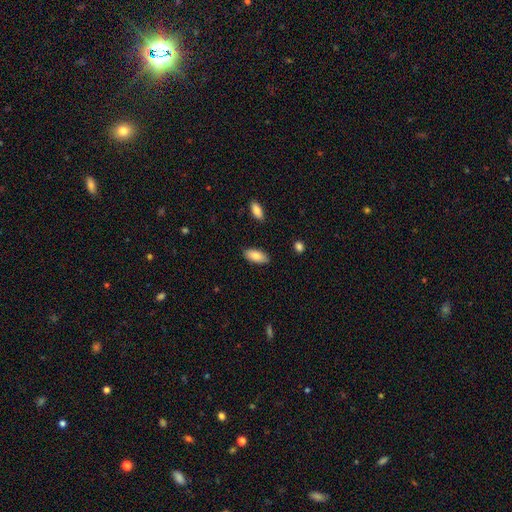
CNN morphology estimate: This appears to be a smooth galaxy with no disk features (86%) that is in between round and cigar-shaped (88%). Merging: none (86%).